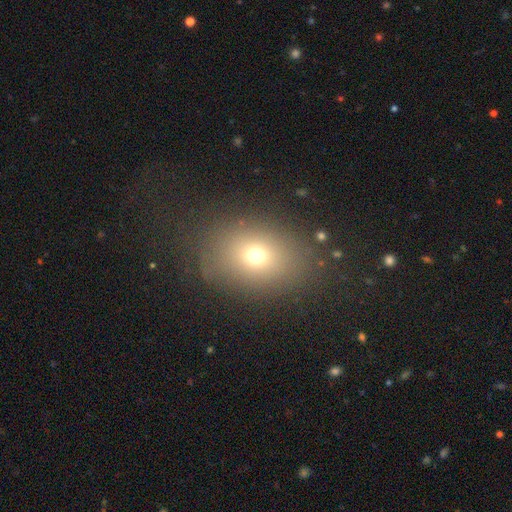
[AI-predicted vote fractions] This is likely a smooth galaxy (68%). How rounded: possibly in between (59%). Merging: likely none (78%).